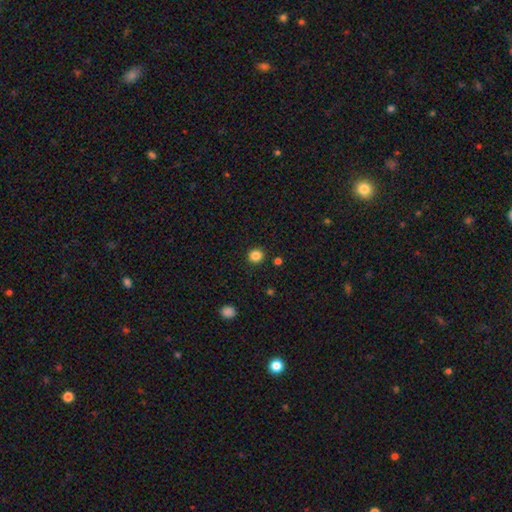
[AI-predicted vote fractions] Overall: smooth (85%). How rounded: round (90%). Merging: none (91%).